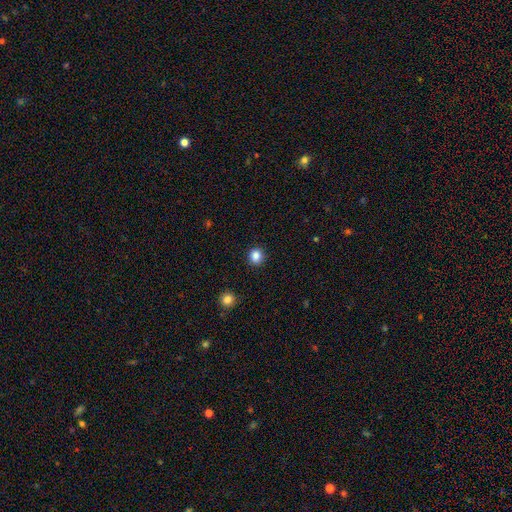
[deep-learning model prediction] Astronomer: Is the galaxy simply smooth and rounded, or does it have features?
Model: smooth — 86%.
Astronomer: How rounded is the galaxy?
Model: round — 89%.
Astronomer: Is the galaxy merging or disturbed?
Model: none — 92%.